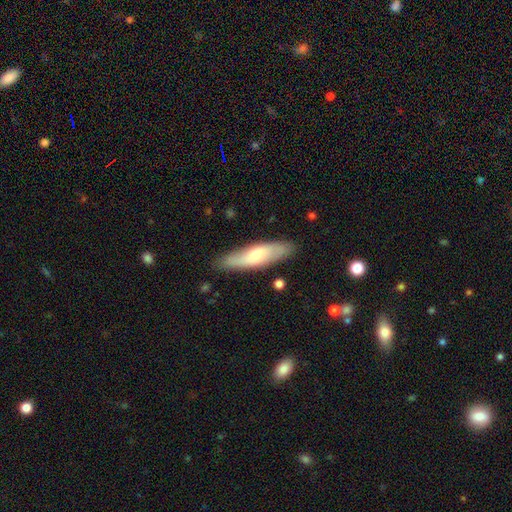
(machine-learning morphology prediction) smooth_or_featured: smooth (p=0.56) [alt: featured or disk p=0.39]
how_rounded: cigar-shaped (p=0.63) [alt: in between p=0.35]
merging: none (p=0.85) [alt: minor disturbance p=0.11]